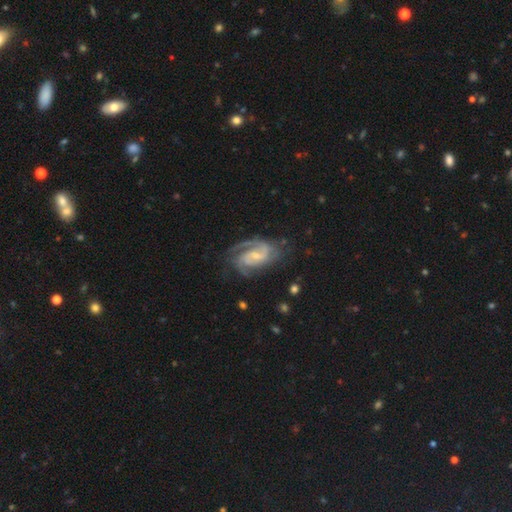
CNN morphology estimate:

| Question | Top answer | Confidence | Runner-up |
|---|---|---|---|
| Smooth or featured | featured or disk | 91% | smooth (5%) |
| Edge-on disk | no | 98% | yes (2%) |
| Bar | weak | 45% | no (40%) |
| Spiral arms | yes | 98% | no (2%) |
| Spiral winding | medium | 46% | tight (44%) |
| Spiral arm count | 2 | 51% | 3 (25%) |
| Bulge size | small | 67% | moderate (27%) |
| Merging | none | 66% | minor disturbance (20%) |